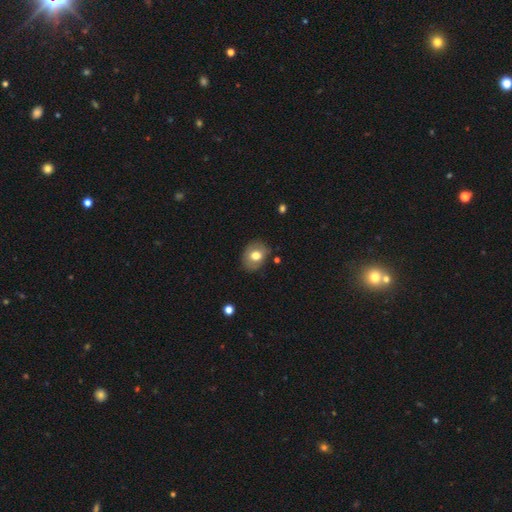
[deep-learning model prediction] The model was most divided on "how rounded": in between: 52%, round: 48%, cigar-shaped: 1%. More confident: merging — none (78%); smooth or featured — smooth (70%).